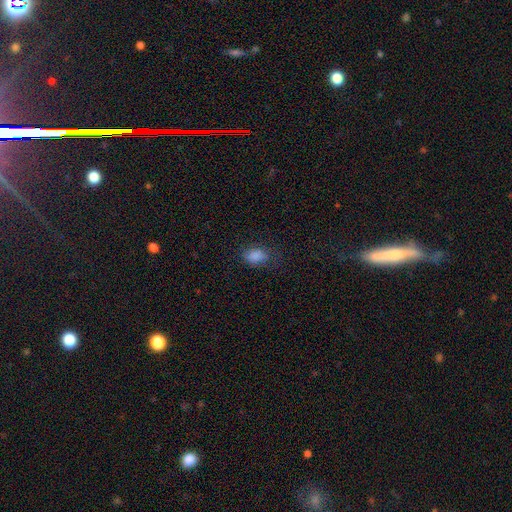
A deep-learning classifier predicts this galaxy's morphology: type=smooth (82%); roundness=in between (82%); merging=none (64%).